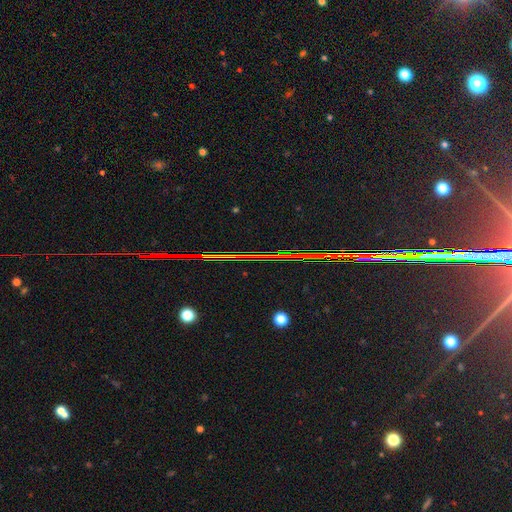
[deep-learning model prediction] This appears to be a star or artifact, not a galaxy (85%).